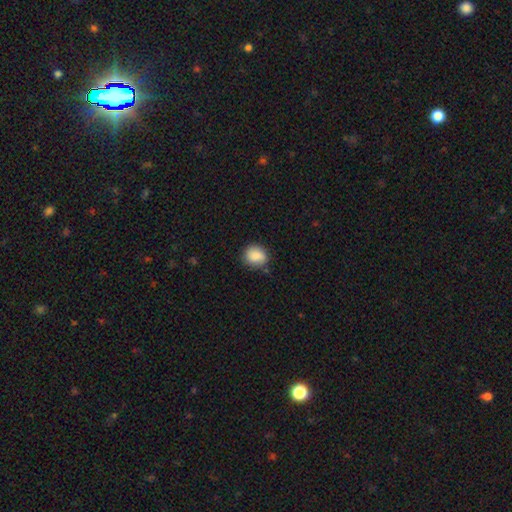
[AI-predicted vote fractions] Smooth or featured: smooth — 86% (star or artifact — 8%)
How rounded: round — 69% (in between — 30%)
Merging: none — 77% (minor disturbance — 17%)